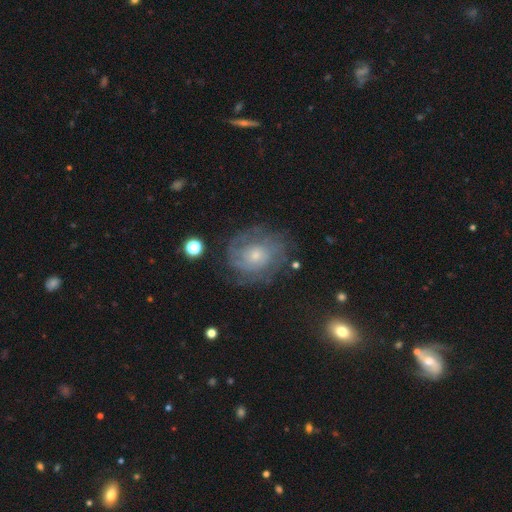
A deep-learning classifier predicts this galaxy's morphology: The model was most divided on "spiral arm count": can't tell: 46%, 2: 19%, 3: 15%, 4: 8%, 1: 6%, more than 4: 6%. More confident: edge-on disk — no (97%); spiral arms — yes (90%); bar — no (80%); smooth or featured — featured or disk (75%); merging — none (73%); spiral winding — tight (65%); bulge size — small (62%).